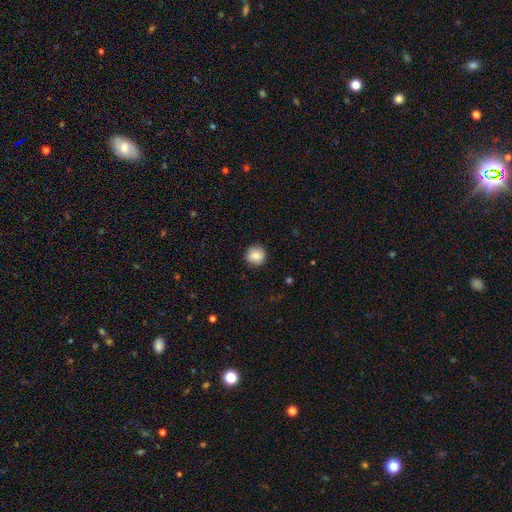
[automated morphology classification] A smooth galaxy with no disk features (86%) that is round (93%).

Vote fractions:
- Smooth or featured? smooth: 86% / star or artifact: 8% / featured or disk: 6%
- How rounded? round: 93% / in between: 6% / cigar-shaped: 1%
- Merging? none: 89% / minor disturbance: 8% / major disturbance: 2% / merger: 1%